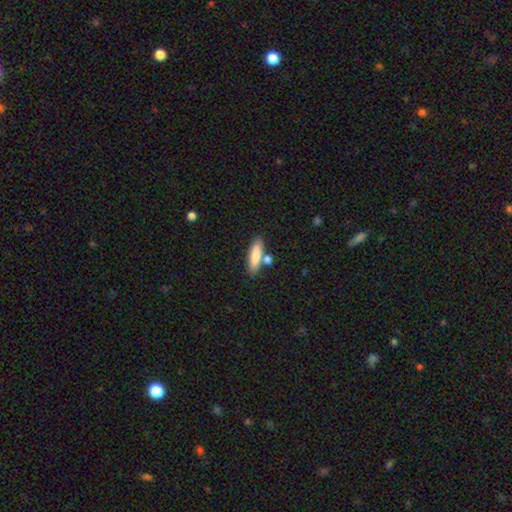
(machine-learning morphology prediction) Overall: smooth (79%). How rounded: cigar-shaped (59%; in between 38%). Merging: none (72%).